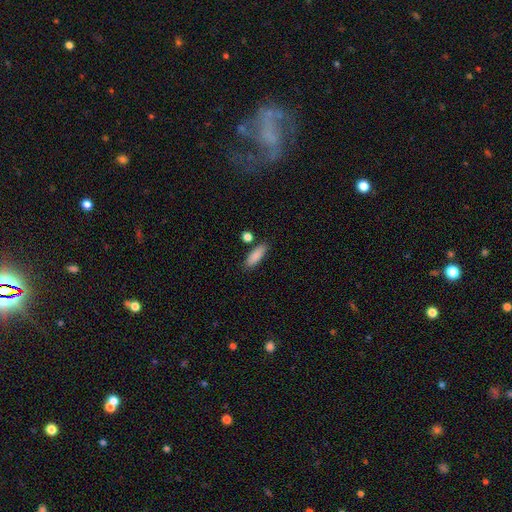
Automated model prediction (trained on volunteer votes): Overall: smooth (87%). How rounded: in between (61%; cigar-shaped 36%). Merging: none (80%).